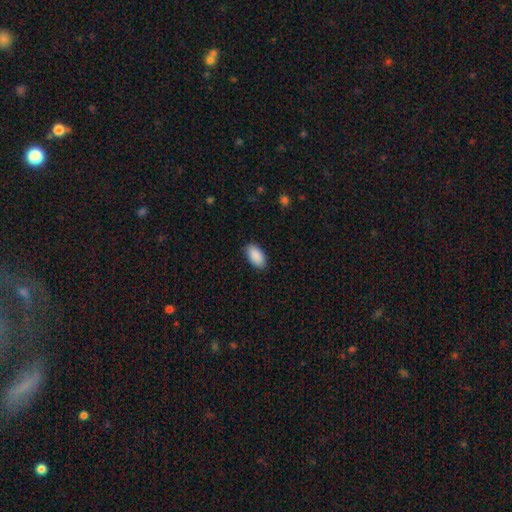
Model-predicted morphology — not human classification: Smooth or featured? smooth (91%)
How rounded? in between (95%)
Merging? none (87%)